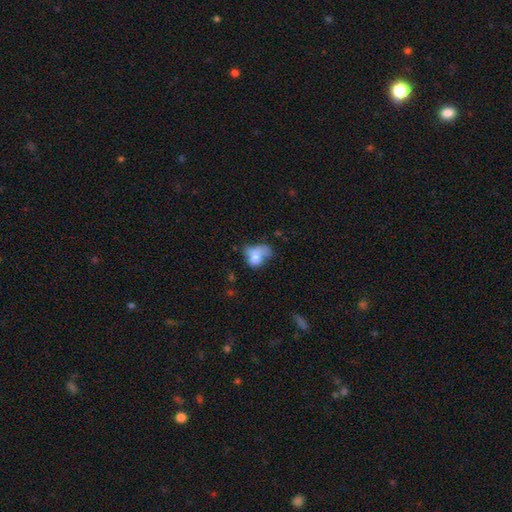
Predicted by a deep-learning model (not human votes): Smooth or featured: smooth — 67% (featured or disk — 23%)
How rounded: in between — 78% (round — 20%)
Merging: major disturbance — 32% (minor disturbance — 25%)